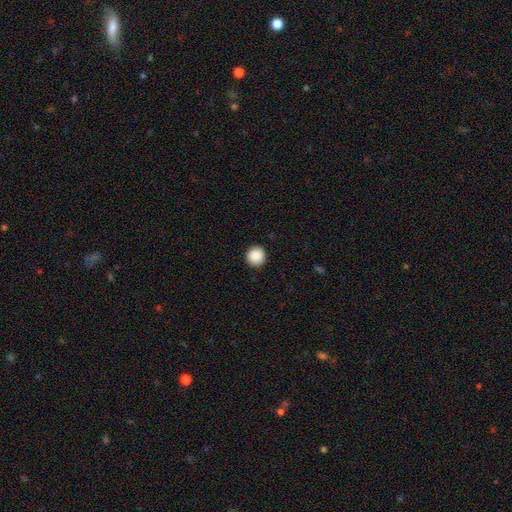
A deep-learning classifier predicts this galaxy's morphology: A smooth galaxy with no disk features (89%) that is round (95%).

Vote fractions:
- Smooth or featured? smooth: 89% / star or artifact: 8% / featured or disk: 3%
- How rounded? round: 95% / in between: 4% / cigar-shaped: 1%
- Merging? none: 92% / minor disturbance: 6% / major disturbance: 2% / merger: 1%